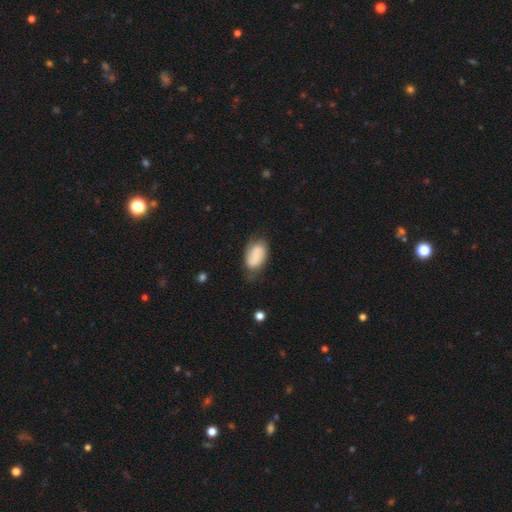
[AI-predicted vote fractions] Smooth or featured: smooth — 59% (featured or disk — 33%)
How rounded: in between — 92% (round — 6%)
Merging: none — 63% (minor disturbance — 26%)